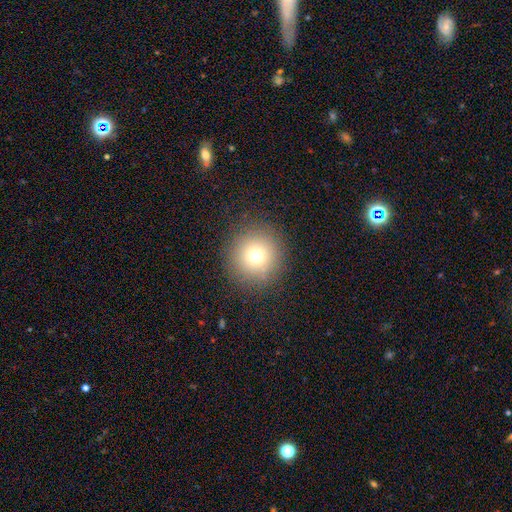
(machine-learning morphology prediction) Smooth or featured? smooth (73%)
How rounded? round (95%)
Merging? none (89%)